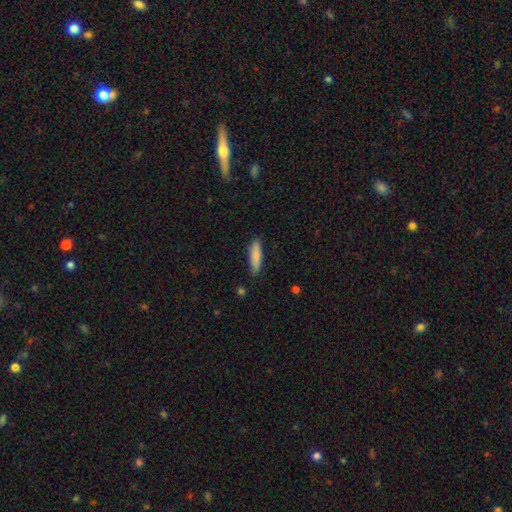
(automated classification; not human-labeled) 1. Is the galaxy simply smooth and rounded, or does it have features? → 80% smooth, 14% featured or disk, 6% star or artifact.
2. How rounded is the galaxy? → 72% cigar-shaped, 27% in between, 2% round.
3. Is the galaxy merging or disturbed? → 83% none, 13% minor disturbance, 2% major disturbance, 1% merger.